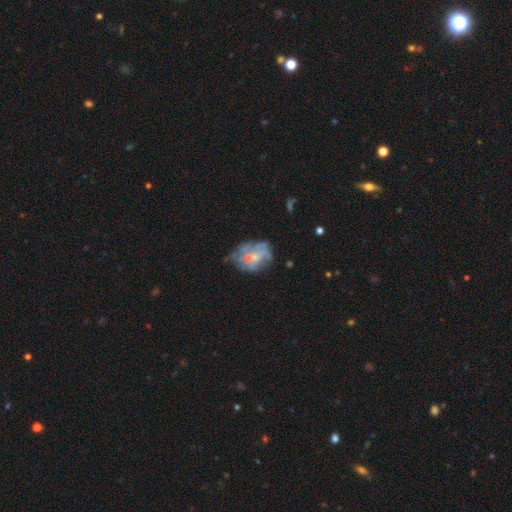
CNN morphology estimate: smooth-or-featured: featured or disk: 62% | smooth: 28% | star or artifact: 10%
  disk-edge-on: no: 98% | yes: 2%
    bar: no: 85% | weak: 12% | strong: 3%
    has-spiral-arms: no: 75% | yes: 25%
    bulge-size: small: 55% | moderate: 28% | none: 14% | large: 2% | dominant: 1%
  merging: none: 38% | minor disturbance: 26% | major disturbance: 24% | merger: 12%